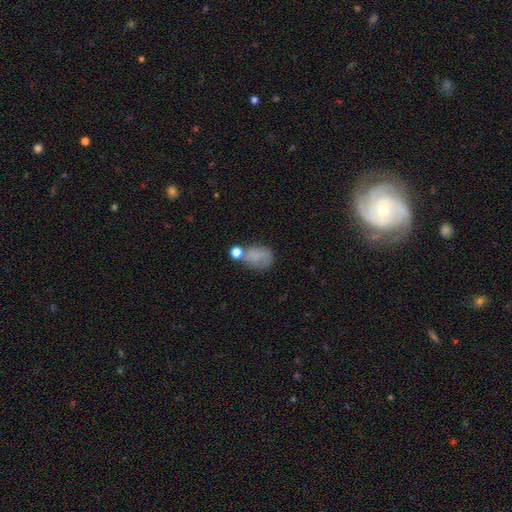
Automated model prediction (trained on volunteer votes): smooth 69%, featured or disk 17%, star or artifact 14%. Down the decision tree: how rounded — in between (63%); merging — none (45%).